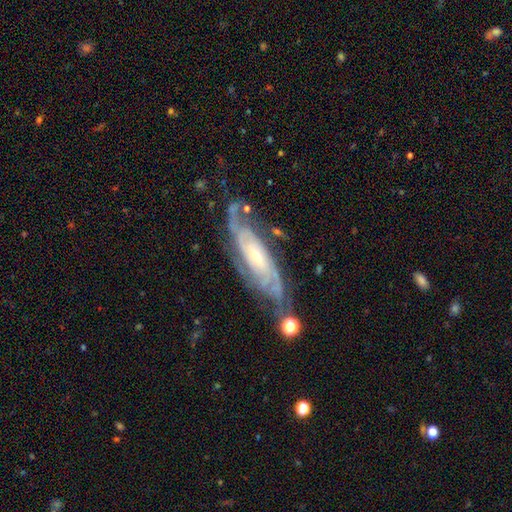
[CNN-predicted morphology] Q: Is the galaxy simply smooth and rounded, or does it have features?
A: featured or disk — 89%.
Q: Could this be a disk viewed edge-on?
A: no — 90%.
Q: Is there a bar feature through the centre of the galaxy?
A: no — 52%.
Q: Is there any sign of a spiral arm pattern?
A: yes — 98%.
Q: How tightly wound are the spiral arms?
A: tight — 66%.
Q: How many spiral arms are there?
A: can't tell — 26%.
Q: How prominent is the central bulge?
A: small — 62%.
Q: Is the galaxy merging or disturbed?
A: none — 67%.